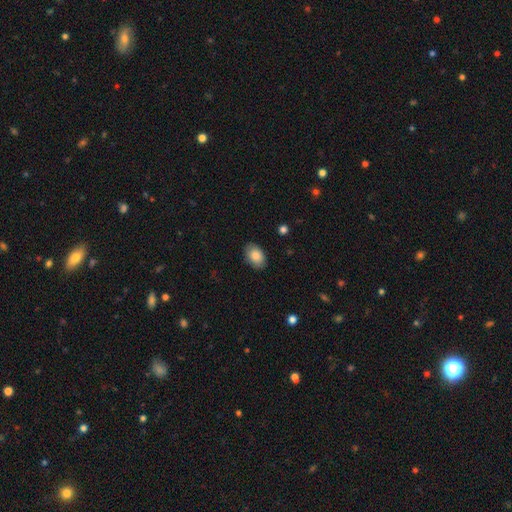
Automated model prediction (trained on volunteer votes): Overall: smooth (87%). How rounded: in between (88%). Merging: none (86%).